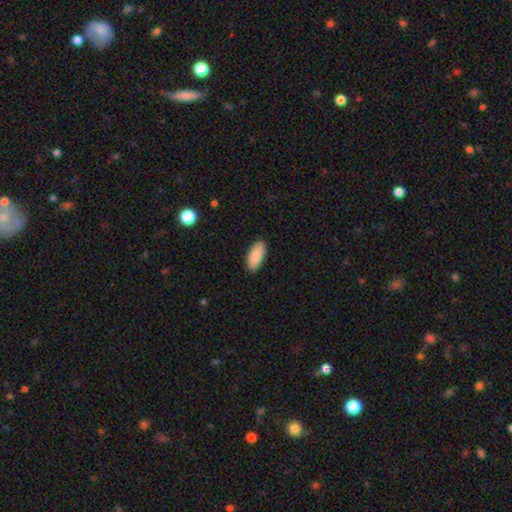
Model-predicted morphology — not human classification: smooth 89%, star or artifact 6%, featured or disk 5%. Down the decision tree: how rounded — in between (86%); merging — none (89%).